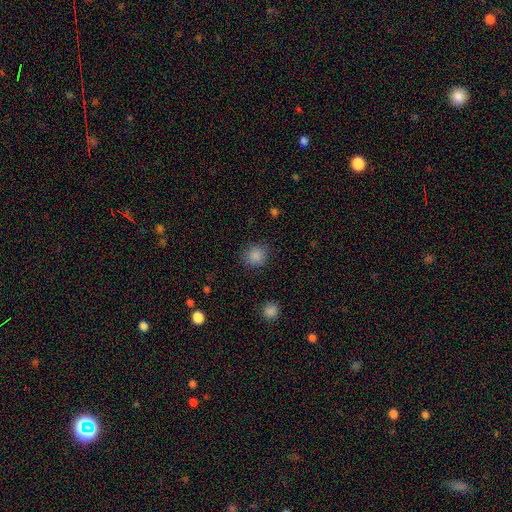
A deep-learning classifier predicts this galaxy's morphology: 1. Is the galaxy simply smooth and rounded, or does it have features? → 86% smooth, 11% star or artifact, 3% featured or disk.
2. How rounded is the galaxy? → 88% round, 11% in between, 1% cigar-shaped.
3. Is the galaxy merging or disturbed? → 87% none, 9% minor disturbance, 3% major disturbance, 1% merger.